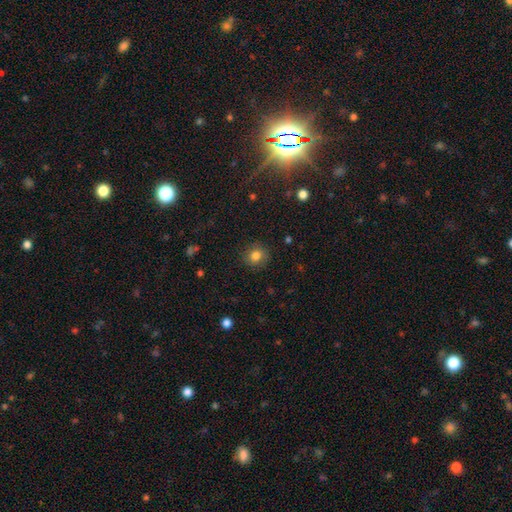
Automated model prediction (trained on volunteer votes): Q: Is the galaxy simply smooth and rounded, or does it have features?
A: smooth — 81%.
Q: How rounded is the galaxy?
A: round — 83%.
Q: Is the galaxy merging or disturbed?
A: none — 86%.